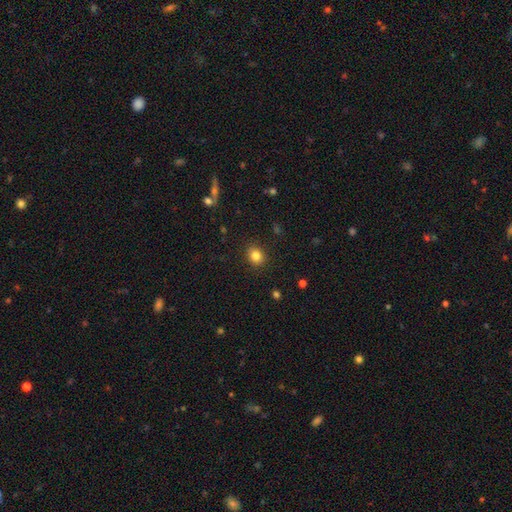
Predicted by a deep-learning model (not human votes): This is clearly a smooth galaxy (83%). How rounded: likely round (61%). Merging: clearly none (89%).